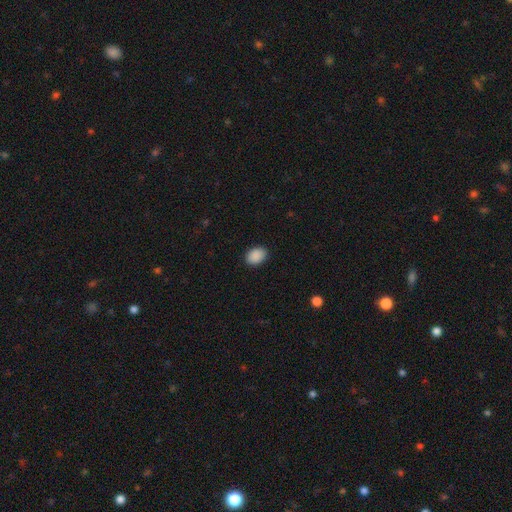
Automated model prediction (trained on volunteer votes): Overall: smooth (90%). How rounded: in between (75%). Merging: none (89%).